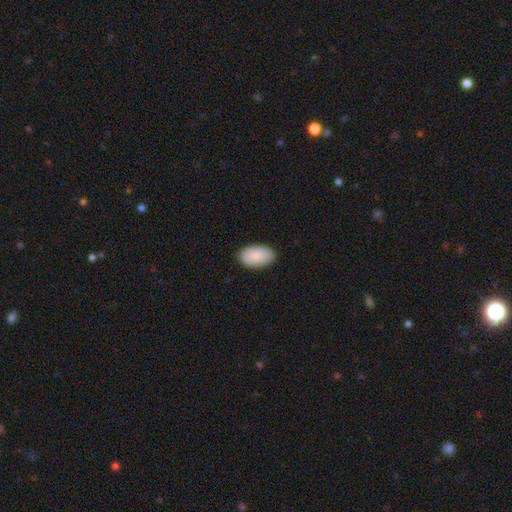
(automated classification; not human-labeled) Smooth or featured?
  - smooth: 87% *
  - featured or disk: 7%
  - star or artifact: 6%
How rounded?
  - in between: 94% *
  - round: 4%
  - cigar-shaped: 1%
Merging?
  - none: 86% *
  - minor disturbance: 11%
  - major disturbance: 2%
  - merger: 1%